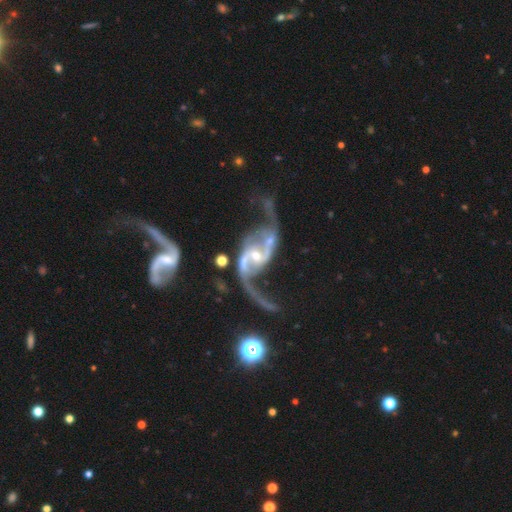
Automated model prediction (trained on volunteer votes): Morphology: type=featured or disk (93%); edge-on=no (98%); bar=weak (38%); spiral arms=yes (97%); winding=loose (68%); arm count=2 (92%); bulge=small (55%); merging=none (41%).